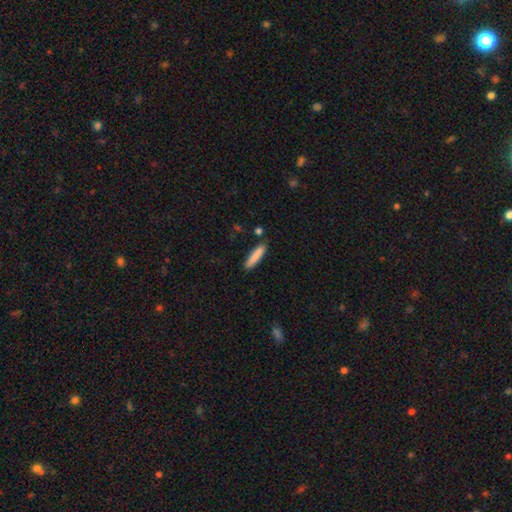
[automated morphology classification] Overall: smooth (85%). How rounded: cigar-shaped (86%). Merging: none (86%).